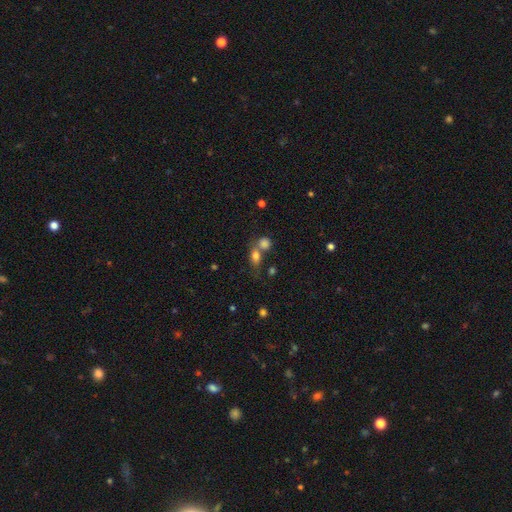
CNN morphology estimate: smooth 76%, star or artifact 13%, featured or disk 11%. Down the decision tree: how rounded — in between (65%); merging — merger (46%).